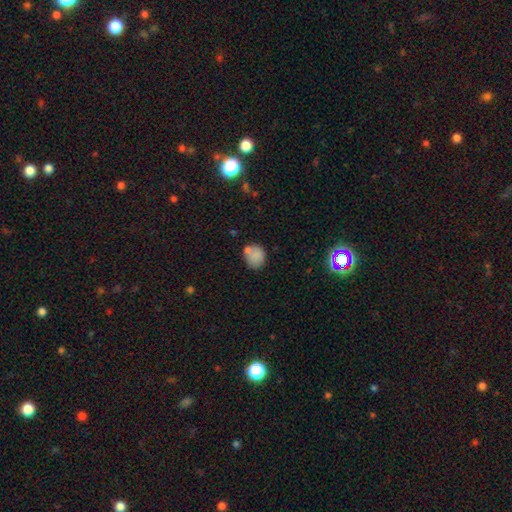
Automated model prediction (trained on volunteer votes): This is clearly a smooth galaxy (81%). How rounded: likely round (74%). Merging: likely none (64%).